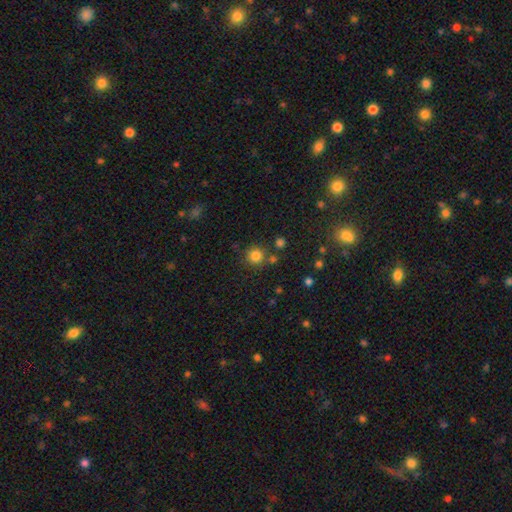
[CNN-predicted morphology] smooth_or_featured: smooth (p=0.81) [alt: star or artifact p=0.14]
how_rounded: round (p=0.93) [alt: in between p=0.06]
merging: none (p=0.78) [alt: merger p=0.10]